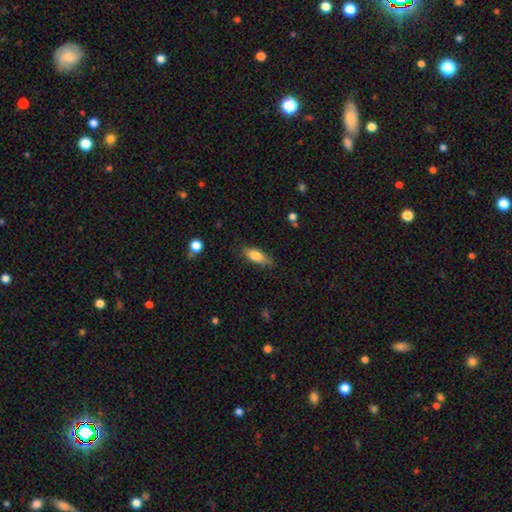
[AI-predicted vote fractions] Overall: smooth (78%). How rounded: in between (71%). Merging: none (77%).